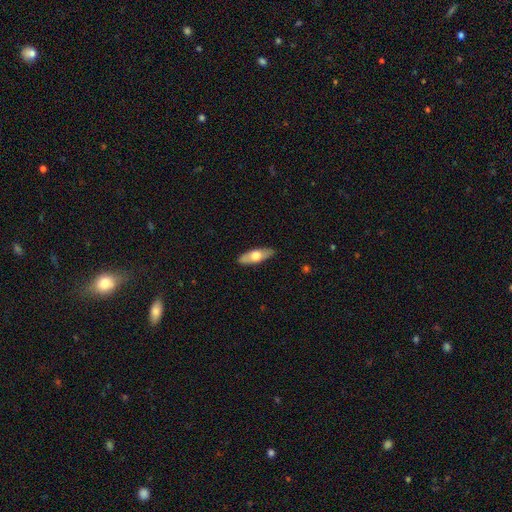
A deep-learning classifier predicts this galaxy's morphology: smooth-or-featured: smooth: 55% | featured or disk: 39% | star or artifact: 5%
  how-rounded: in between: 61% | cigar-shaped: 36% | round: 3%
  merging: none: 88% | minor disturbance: 9% | major disturbance: 2% | merger: 1%